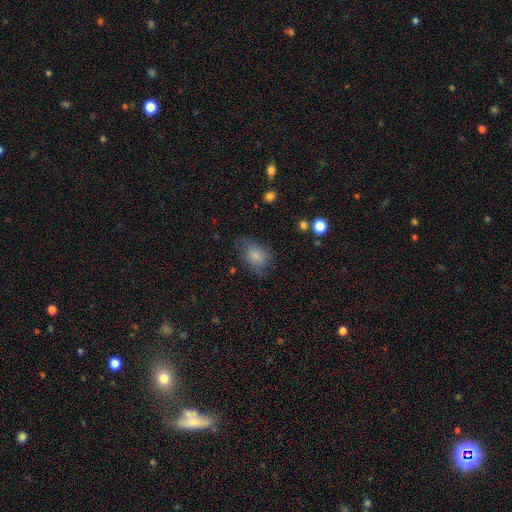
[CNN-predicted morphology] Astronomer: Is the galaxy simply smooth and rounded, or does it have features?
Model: smooth — 76%.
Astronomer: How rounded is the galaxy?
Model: in between — 77%.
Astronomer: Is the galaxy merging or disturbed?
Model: none — 61%.